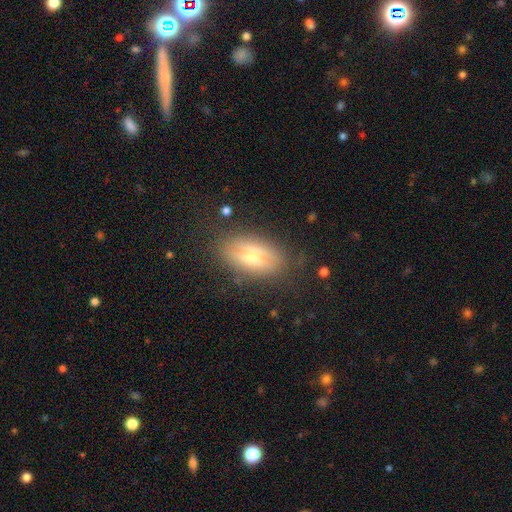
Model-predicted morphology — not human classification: Smooth or featured: smooth — 48% (featured or disk — 42%)
Merging: none — 76% (minor disturbance — 17%)